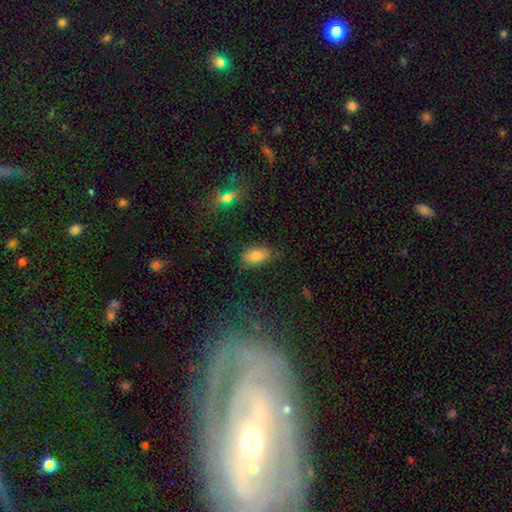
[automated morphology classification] A smooth galaxy with no disk features (81%) that is in between round and cigar-shaped (92%). Merging: none (78%).